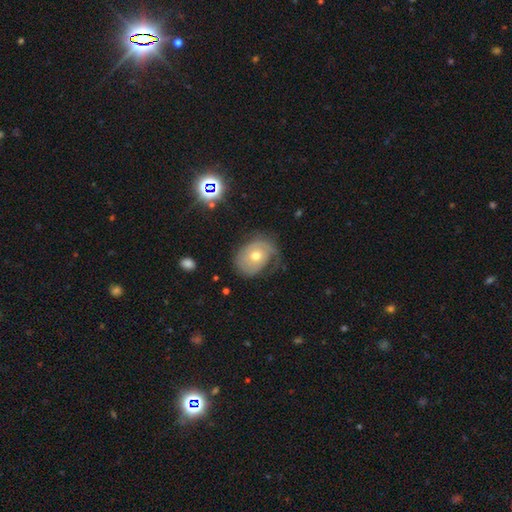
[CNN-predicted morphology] This appears to be a featured or disk galaxy (55%) with no bar (83%), spiral arms (69%) and a moderate central bulge (72%). Merging: none (50%).